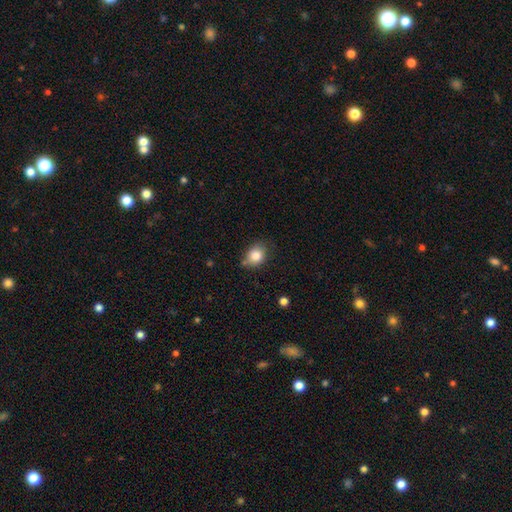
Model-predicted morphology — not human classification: Q: Smooth or featured?
A: smooth (83%); runner-up: star or artifact (9%)
Q: How rounded?
A: in between (50%); runner-up: round (49%)
Q: Merging?
A: none (68%); runner-up: minor disturbance (22%)